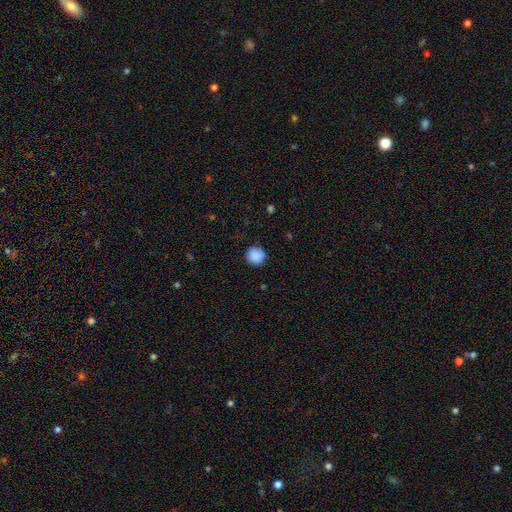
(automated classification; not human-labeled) Smooth or featured: smooth — 89% (star or artifact — 8%)
How rounded: round — 92% (in between — 7%)
Merging: none — 87% (minor disturbance — 9%)